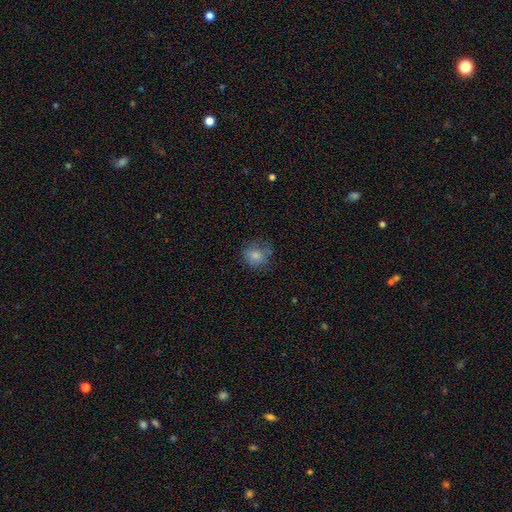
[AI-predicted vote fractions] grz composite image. It shows a smooth galaxy with no disk features (77%) that is round (75%). Merging: none (61%).